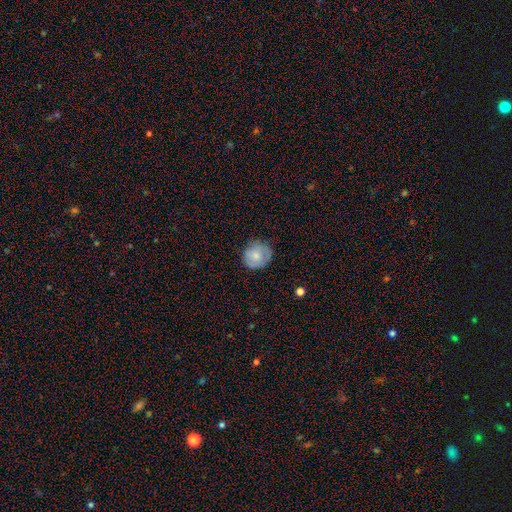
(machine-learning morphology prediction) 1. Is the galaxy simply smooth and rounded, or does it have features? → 72% smooth, 21% featured or disk, 7% star or artifact.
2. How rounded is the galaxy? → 83% round, 16% in between, 1% cigar-shaped.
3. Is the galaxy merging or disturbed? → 76% none, 19% minor disturbance, 4% major disturbance, 1% merger.